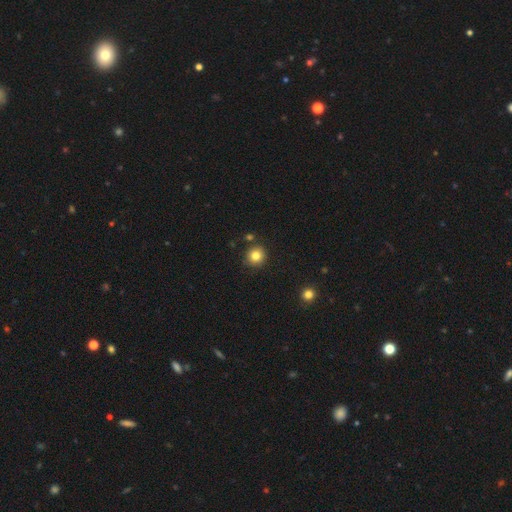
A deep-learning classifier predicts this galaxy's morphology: Overall: smooth (83%). How rounded: round (92%). Merging: none (86%).